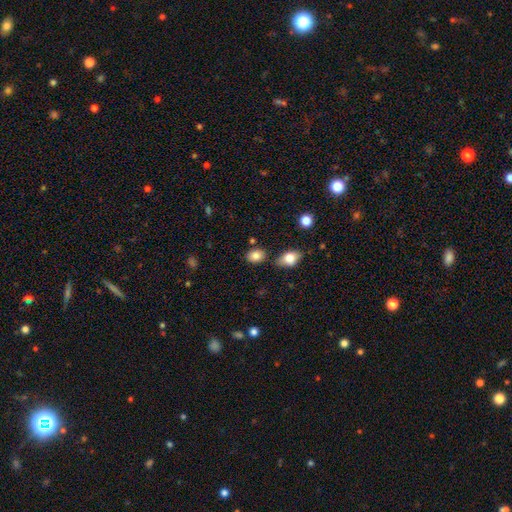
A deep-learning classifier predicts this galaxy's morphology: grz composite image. It shows a smooth galaxy with no disk features (83%) that is in between round and cigar-shaped (71%). Merging: none (76%).